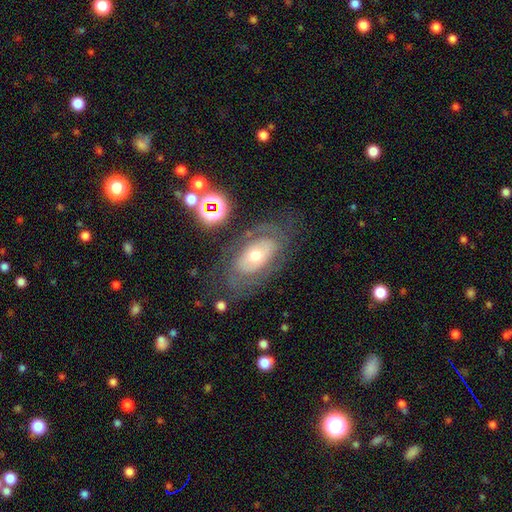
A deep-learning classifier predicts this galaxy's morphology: Overall: featured or disk (62%; smooth 27%). Edge-on disk: no (91%). Bar: no (79%). Spiral arms: no (52%; yes 48%). Bulge size: moderate (65%). Merging: none (67%).